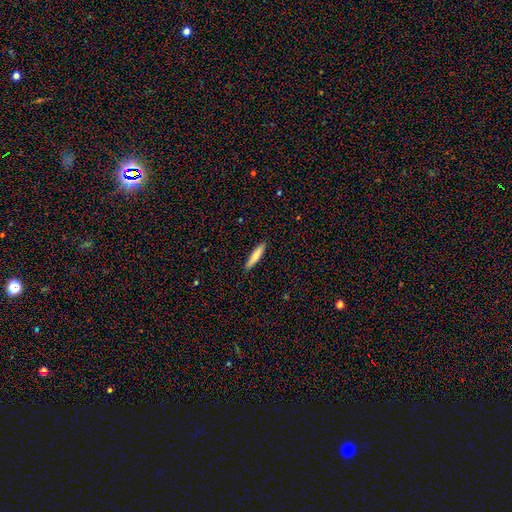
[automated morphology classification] The model was most divided on "smooth or featured": smooth: 68%, featured or disk: 26%, star or artifact: 6%. More confident: merging — none (90%); how rounded — cigar-shaped (85%).